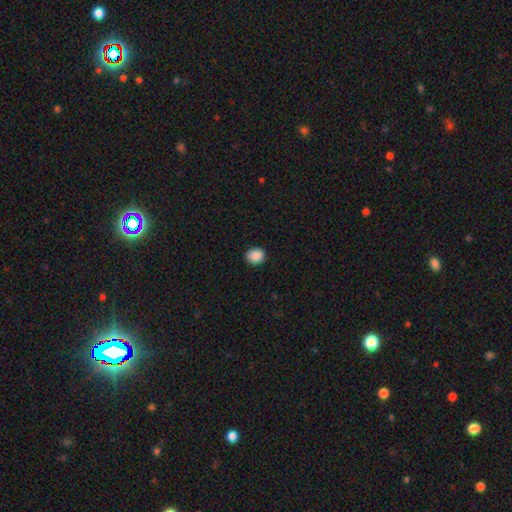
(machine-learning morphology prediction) Overall: smooth (89%). How rounded: round (70%). Merging: none (88%).